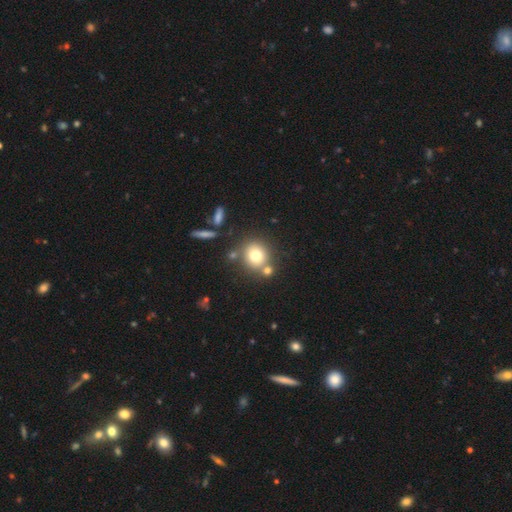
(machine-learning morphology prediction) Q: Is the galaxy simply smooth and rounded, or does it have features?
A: smooth — 75%.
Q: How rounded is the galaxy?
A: round — 83%.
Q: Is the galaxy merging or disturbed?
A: none — 66%.